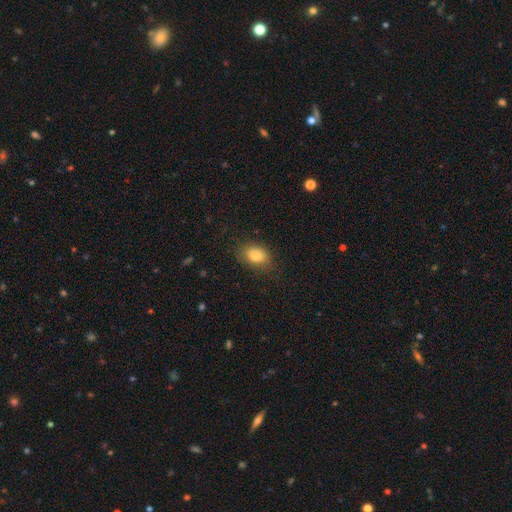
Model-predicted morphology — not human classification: This is clearly a smooth galaxy (83%). How rounded: clearly in between (82%). Merging: likely none (77%).